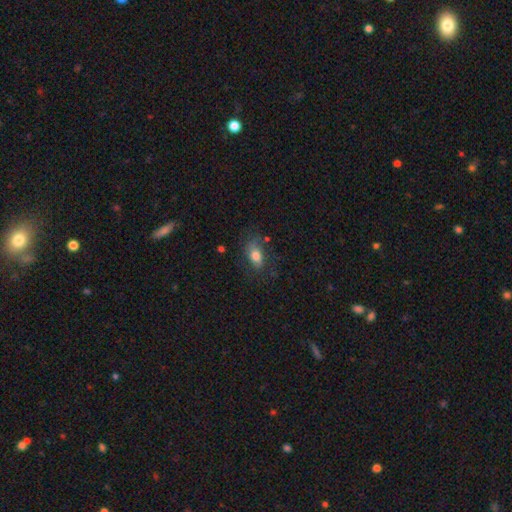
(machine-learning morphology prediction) Smooth or featured?
  - smooth: 73% *
  - featured or disk: 17%
  - star or artifact: 9%
How rounded?
  - in between: 84% *
  - round: 12%
  - cigar-shaped: 5%
Merging?
  - none: 59% *
  - minor disturbance: 25%
  - major disturbance: 13%
  - merger: 3%